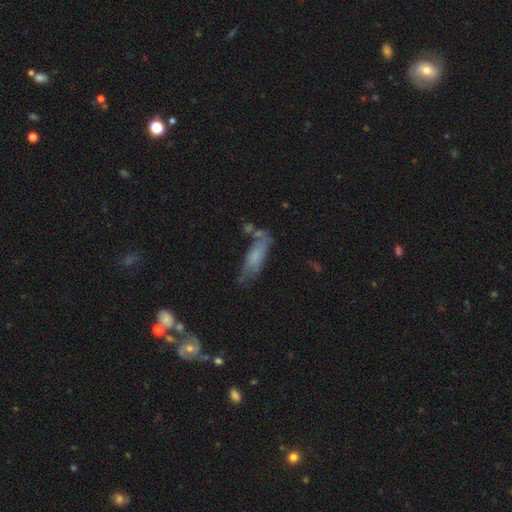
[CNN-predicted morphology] The model was most divided on "how rounded": in between: 52%, cigar-shaped: 46%, round: 2%. Remaining: smooth or featured — smooth (57%); merging — none (46%).